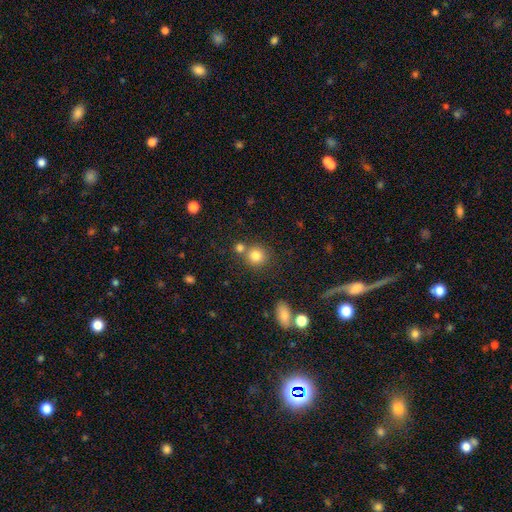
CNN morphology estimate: smooth 81%, star or artifact 12%, featured or disk 7%. Down the decision tree: how rounded — round (89%); merging — none (65%).